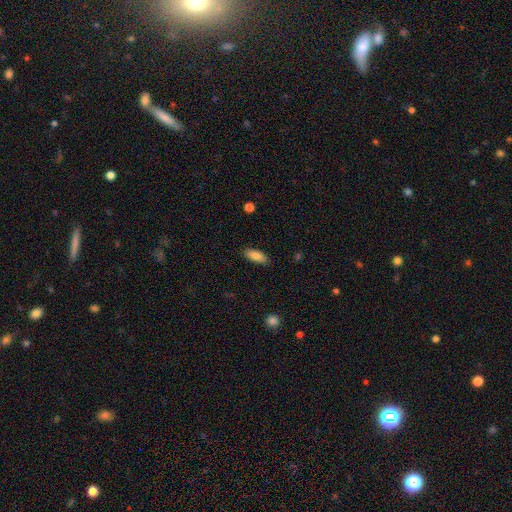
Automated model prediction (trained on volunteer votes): A smooth galaxy with no disk features (85%) that is in between round and cigar-shaped (75%).

Vote fractions:
- Smooth or featured? smooth: 85% / featured or disk: 9% / star or artifact: 7%
- How rounded? in between: 75% / cigar-shaped: 23% / round: 2%
- Merging? none: 87% / minor disturbance: 9% / major disturbance: 2% / merger: 1%